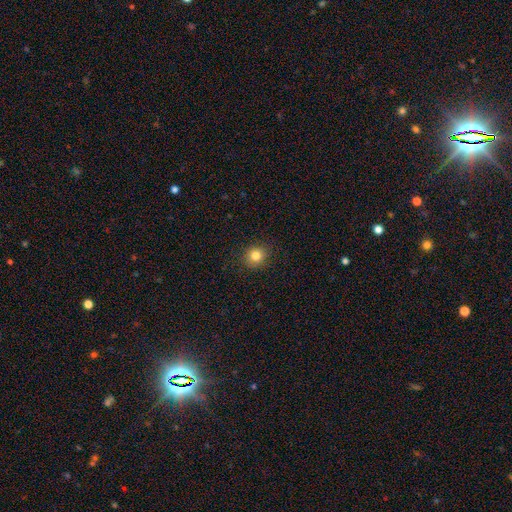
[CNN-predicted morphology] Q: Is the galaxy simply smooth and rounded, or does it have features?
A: smooth — 83%.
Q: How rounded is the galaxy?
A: round — 85%.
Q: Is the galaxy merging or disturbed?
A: none — 90%.